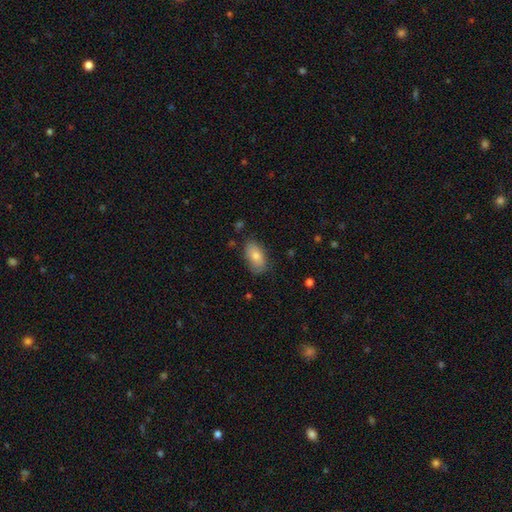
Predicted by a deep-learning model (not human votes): The model was most divided on "merging": none: 76%, minor disturbance: 18%, major disturbance: 4%, merger: 2%. More confident: how rounded — in between (93%); smooth or featured — smooth (80%).